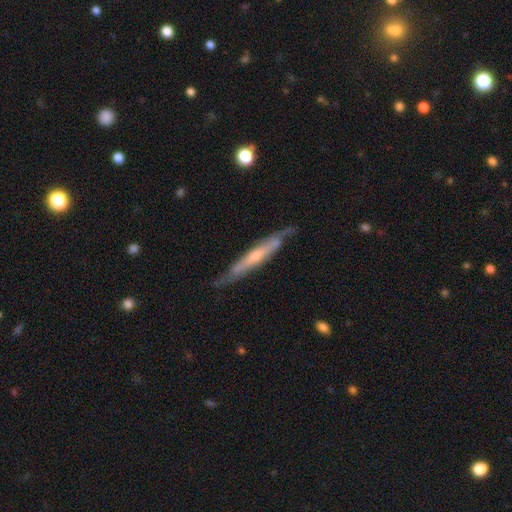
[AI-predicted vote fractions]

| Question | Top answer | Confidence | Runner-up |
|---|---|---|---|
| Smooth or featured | featured or disk | 68% | smooth (27%) |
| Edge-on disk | yes | 82% | no (18%) |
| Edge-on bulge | rounded | 53% | none (40%) |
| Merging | none | 72% | minor disturbance (21%) |